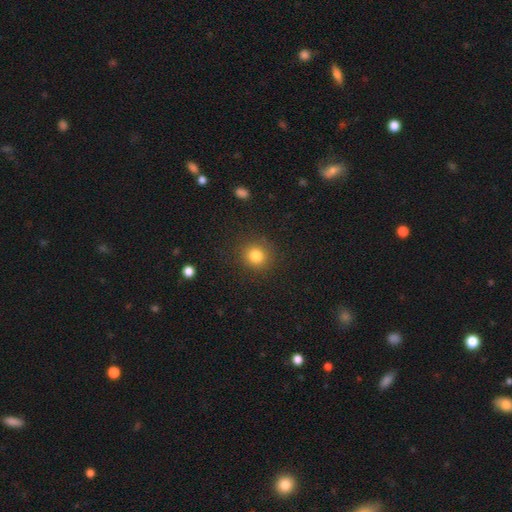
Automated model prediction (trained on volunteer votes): smooth-or-featured: smooth: 82% | star or artifact: 12% | featured or disk: 6%
  how-rounded: round: 89% | in between: 10% | cigar-shaped: 1%
  merging: none: 88% | minor disturbance: 8% | major disturbance: 3% | merger: 1%